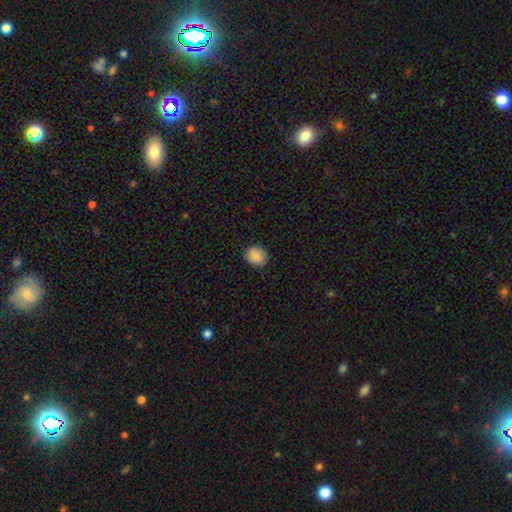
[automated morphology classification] This appears to be a smooth galaxy with no disk features (88%) that is round (72%). Merging: none (87%).